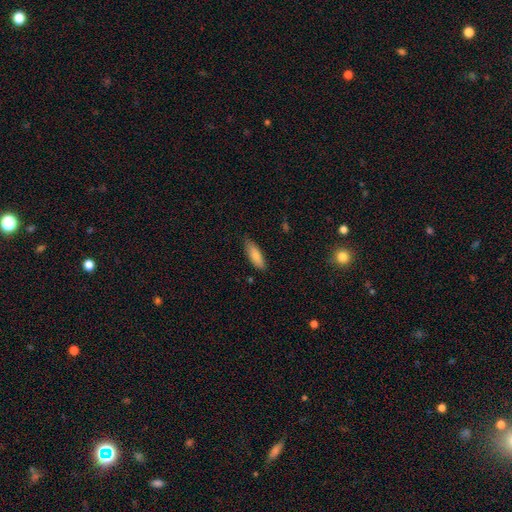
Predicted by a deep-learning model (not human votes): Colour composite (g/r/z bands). It shows a smooth galaxy with no disk features (82%) that is in between round and cigar-shaped (61%). Merging: none (82%).